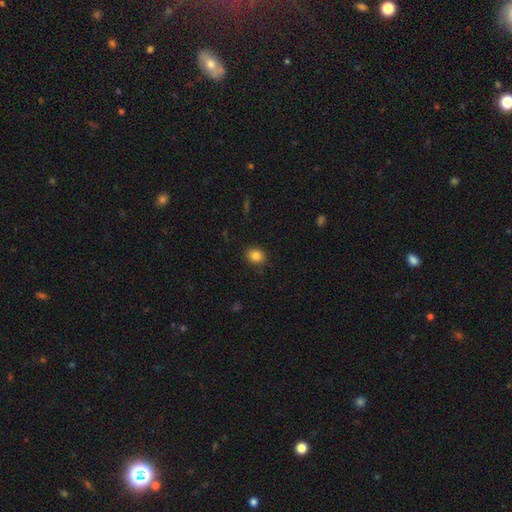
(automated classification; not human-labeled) Smooth or featured?
  - smooth: 85% *
  - star or artifact: 11%
  - featured or disk: 4%
How rounded?
  - round: 75% *
  - in between: 24%
  - cigar-shaped: 1%
Merging?
  - none: 85% *
  - minor disturbance: 11%
  - major disturbance: 3%
  - merger: 1%